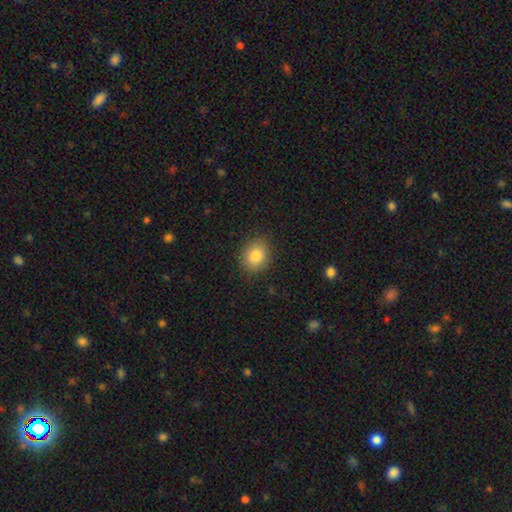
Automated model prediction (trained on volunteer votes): smooth 85%, star or artifact 8%, featured or disk 6%. Down the decision tree: how rounded — round (56%); merging — none (87%).